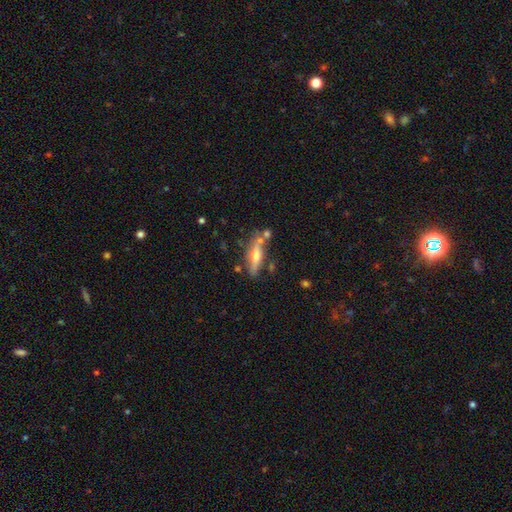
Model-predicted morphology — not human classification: Smooth or featured? Predicted: featured or disk (p=0.58). Edge-on disk? Predicted: yes (p=0.87). Edge-on bulge? Predicted: rounded (p=0.90). Merging? Predicted: none (p=0.67).